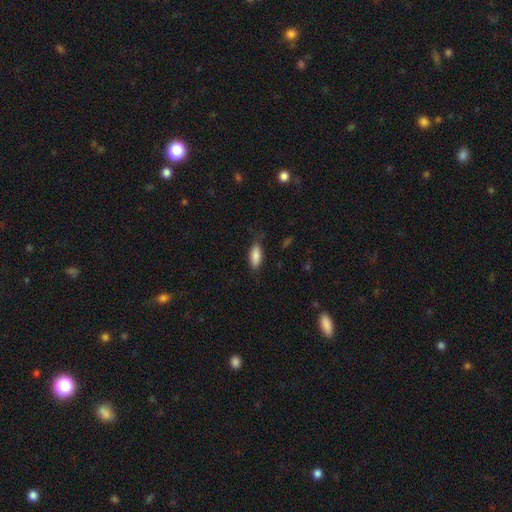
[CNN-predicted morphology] Q: Smooth or featured?
A: smooth (84%); runner-up: featured or disk (9%)
Q: How rounded?
A: in between (76%); runner-up: cigar-shaped (22%)
Q: Merging?
A: none (78%); runner-up: minor disturbance (17%)